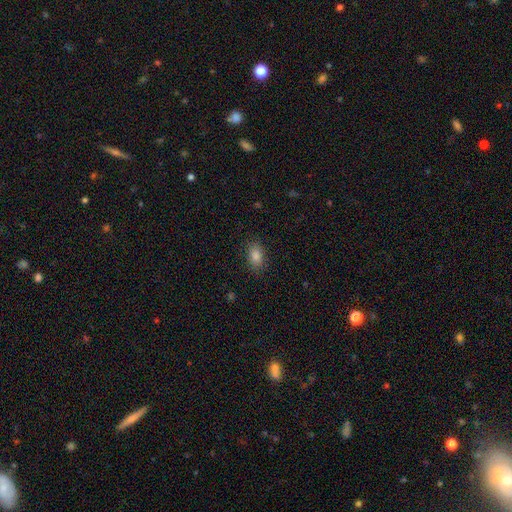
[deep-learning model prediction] A smooth galaxy with no disk features (84%) that is in between round and cigar-shaped (88%). Merging: none (87%).